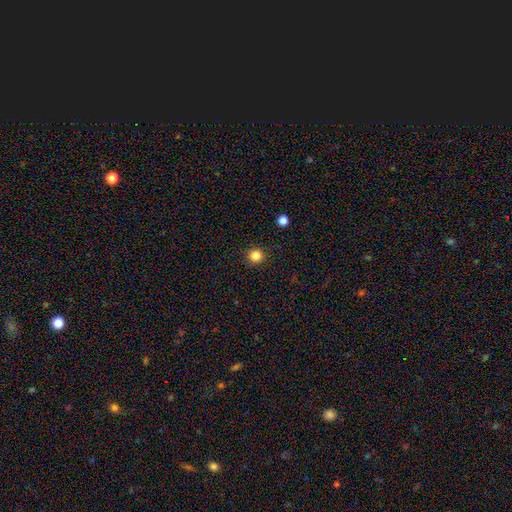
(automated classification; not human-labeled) Q: Smooth or featured?
A: smooth (83%); runner-up: star or artifact (13%)
Q: How rounded?
A: round (94%); runner-up: in between (5%)
Q: Merging?
A: none (92%); runner-up: minor disturbance (5%)